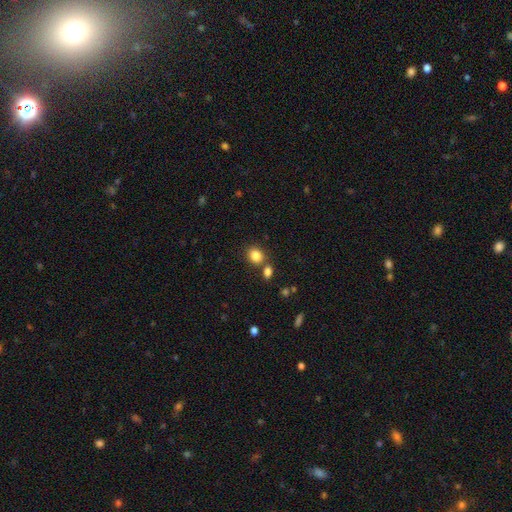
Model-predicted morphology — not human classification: This is clearly a smooth galaxy (84%). How rounded: possibly round (58%). Merging: likely none (67%).